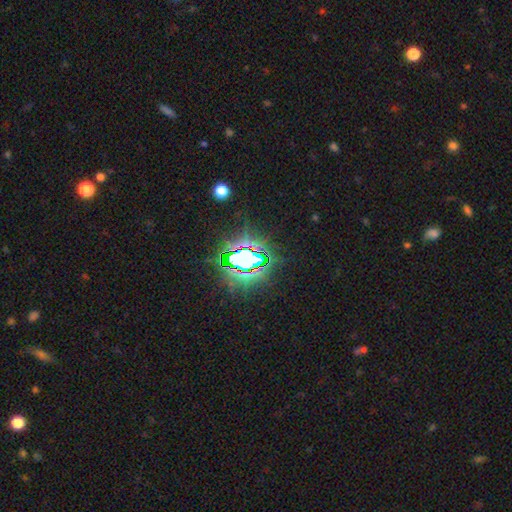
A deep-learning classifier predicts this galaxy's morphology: Smooth or featured? Predicted: star or artifact (p=0.82).